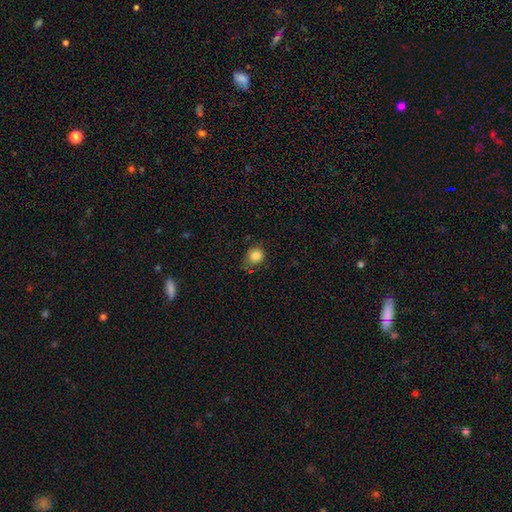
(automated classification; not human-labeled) Morphology: type=smooth (85%); roundness=round (81%); merging=none (66%).